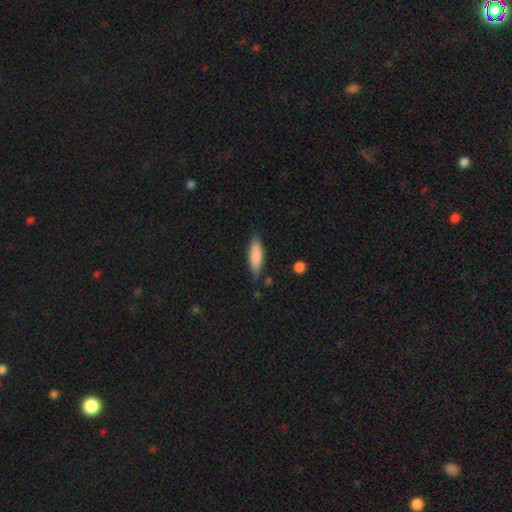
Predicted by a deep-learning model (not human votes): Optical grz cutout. It shows a smooth galaxy with no disk features (83%) that is cigar-shaped (53%). Merging: none (79%).